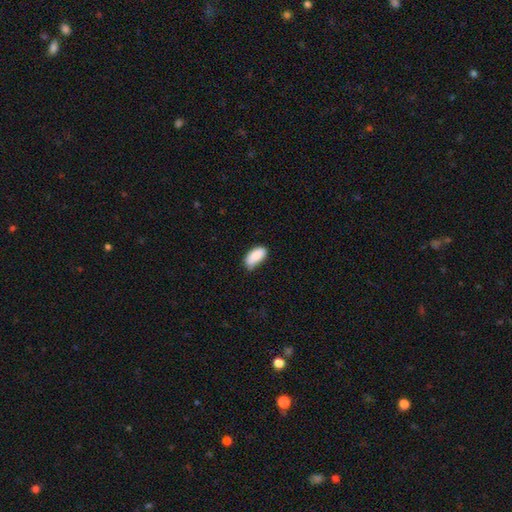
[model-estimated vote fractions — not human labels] Smooth or featured? Predicted: smooth (p=0.86). How rounded? Predicted: in between (p=0.91). Merging? Predicted: none (p=0.62).